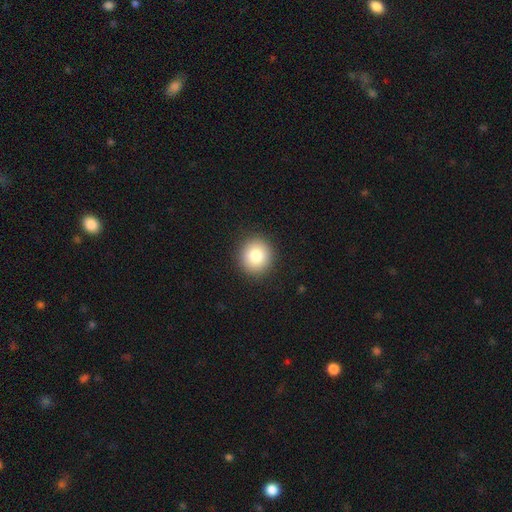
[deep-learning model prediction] Overall: smooth (82%). How rounded: round (91%). Merging: none (92%).